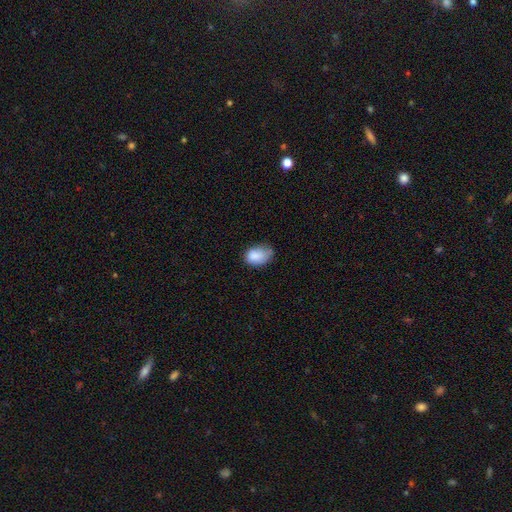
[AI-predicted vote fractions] Morphology: type=smooth (85%); roundness=in between (80%); merging=none (48%).